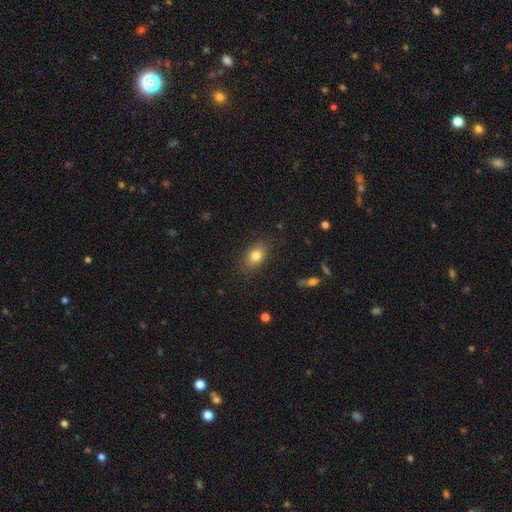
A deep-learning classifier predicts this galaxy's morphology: The model was most divided on "how rounded": in between: 77%, round: 21%, cigar-shaped: 2%. More confident: merging — none (82%); smooth or featured — smooth (80%).